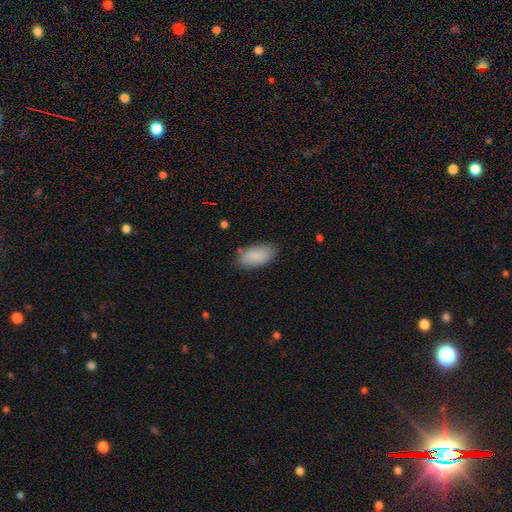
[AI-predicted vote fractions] The model was most divided on "merging": none: 81%, minor disturbance: 15%, major disturbance: 3%, merger: 1%. More confident: how rounded — in between (93%); smooth or featured — smooth (85%).